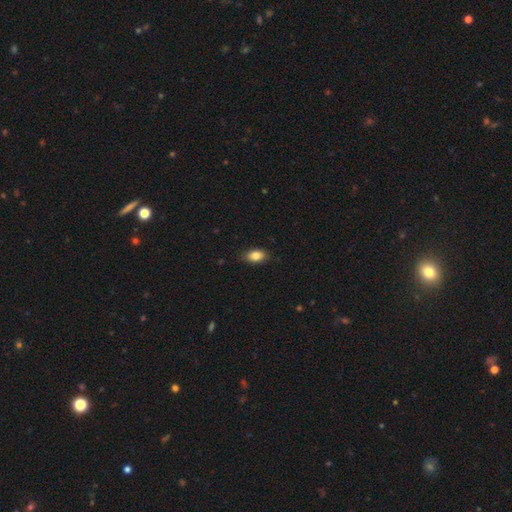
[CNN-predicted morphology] A smooth galaxy with no disk features (85%) that is in between round and cigar-shaped (88%).

Vote fractions:
- Smooth or featured? smooth: 85% / star or artifact: 8% / featured or disk: 8%
- How rounded? in between: 88% / round: 9% / cigar-shaped: 3%
- Merging? none: 83% / minor disturbance: 13% / major disturbance: 2% / merger: 1%